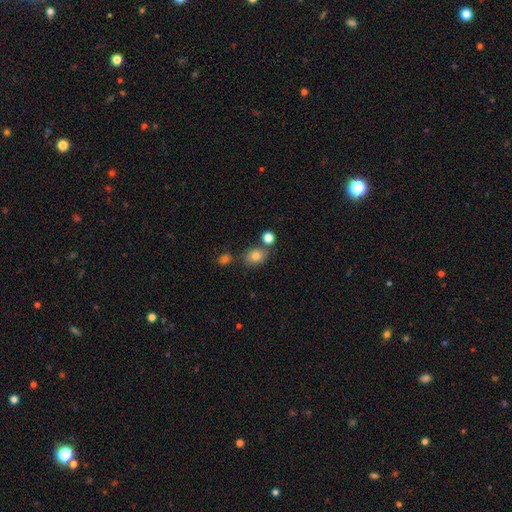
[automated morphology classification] Smooth or featured? Predicted: smooth (p=0.80). How rounded? Predicted: in between (p=0.52). Merging? Predicted: none (p=0.68).